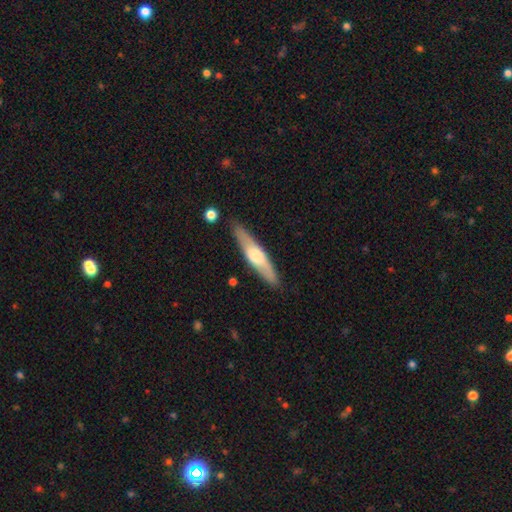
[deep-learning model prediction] Morphology: type=featured or disk (51%); edge-on=yes (88%); merging=none (86%).